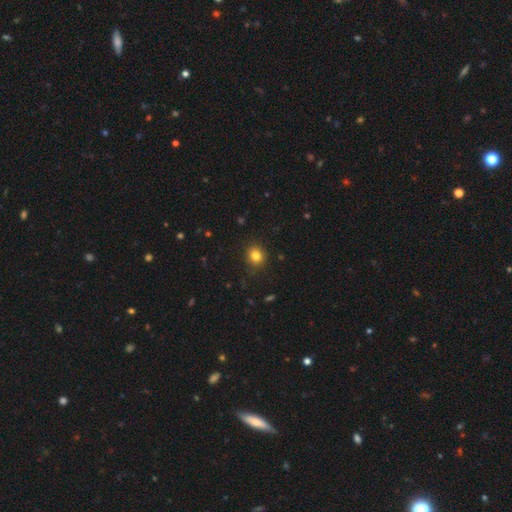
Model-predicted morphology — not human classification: smooth-or-featured: smooth: 82% | star or artifact: 13% | featured or disk: 6%
  how-rounded: round: 81% | in between: 18% | cigar-shaped: 1%
  merging: none: 89% | minor disturbance: 8% | major disturbance: 2% | merger: 1%